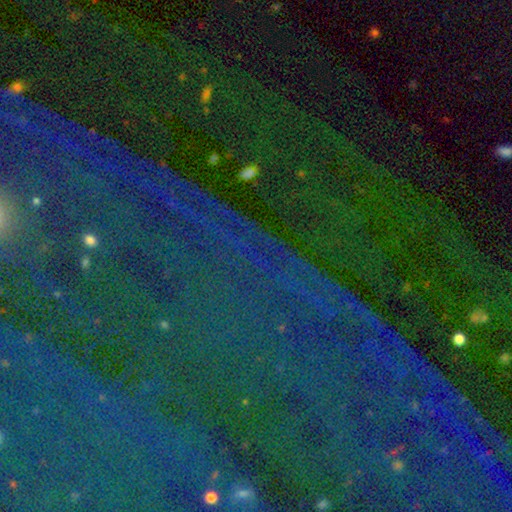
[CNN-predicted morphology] This appears to be a star or artifact, not a galaxy (84%).